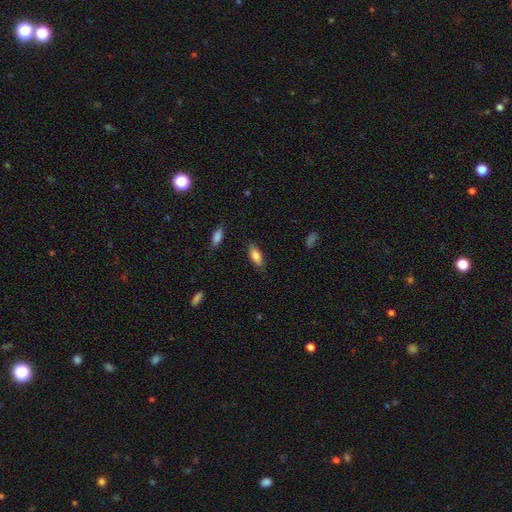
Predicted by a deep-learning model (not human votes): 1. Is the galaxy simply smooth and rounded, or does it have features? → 81% smooth, 12% featured or disk, 7% star or artifact.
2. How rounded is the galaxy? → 76% in between, 22% cigar-shaped, 2% round.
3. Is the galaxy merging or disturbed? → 82% none, 14% minor disturbance, 3% major disturbance, 2% merger.